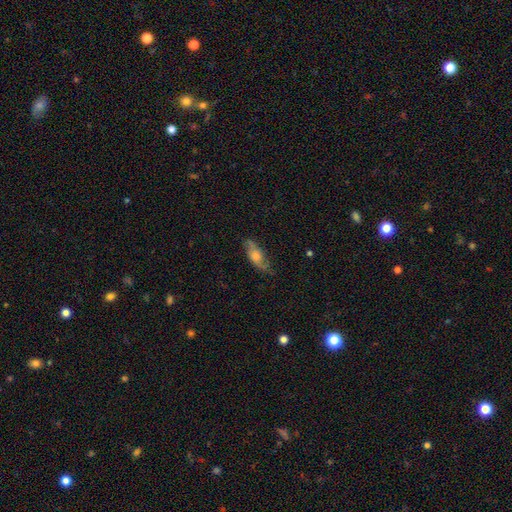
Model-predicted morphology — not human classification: featured or disk 49%, smooth 43%, star or artifact 7%. Down the decision tree: merging — none (70%).